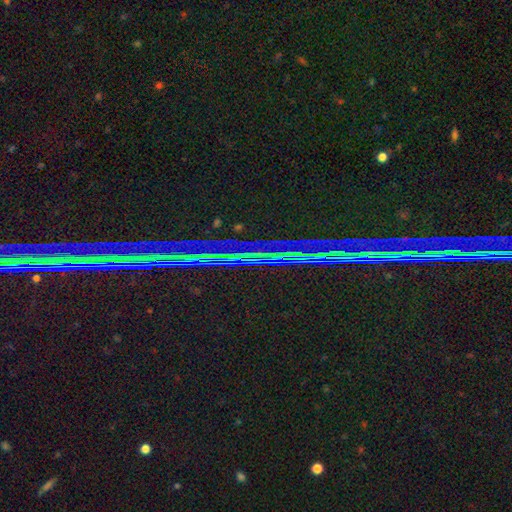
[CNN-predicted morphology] This is clearly a star or artifact rather than a galaxy (82%).